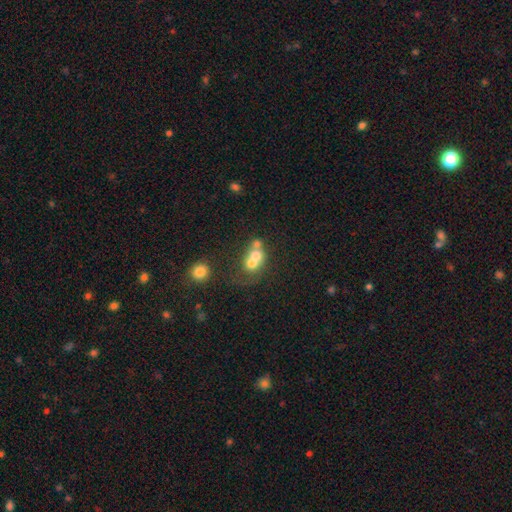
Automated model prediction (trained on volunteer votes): smooth-or-featured: smooth: 62% | featured or disk: 27% | star or artifact: 11%
  how-rounded: round: 64% | in between: 35% | cigar-shaped: 1%
  merging: merger: 68% | none: 20% | minor disturbance: 6% | major disturbance: 6%